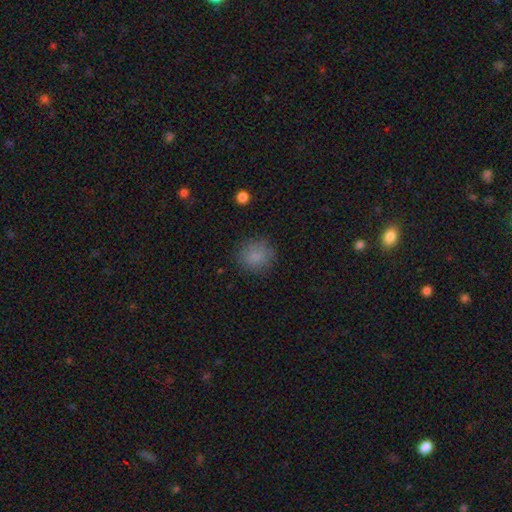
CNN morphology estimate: The model was most divided on "merging": none: 82%, minor disturbance: 12%, major disturbance: 4%, merger: 1%. More confident: how rounded — round (87%); smooth or featured — smooth (83%).